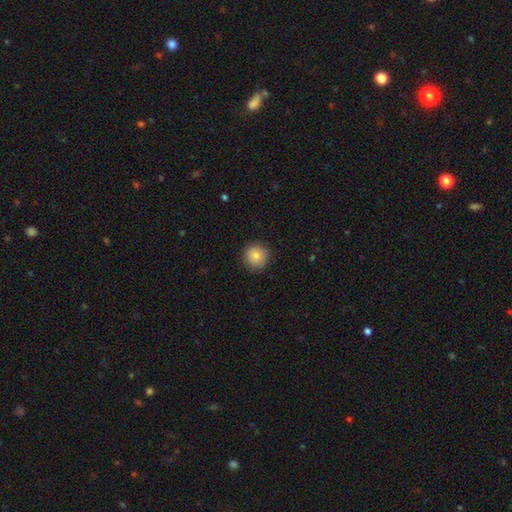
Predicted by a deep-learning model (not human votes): Smooth or featured? Predicted: smooth (p=0.83). How rounded? Predicted: round (p=0.95). Merging? Predicted: none (p=0.90).